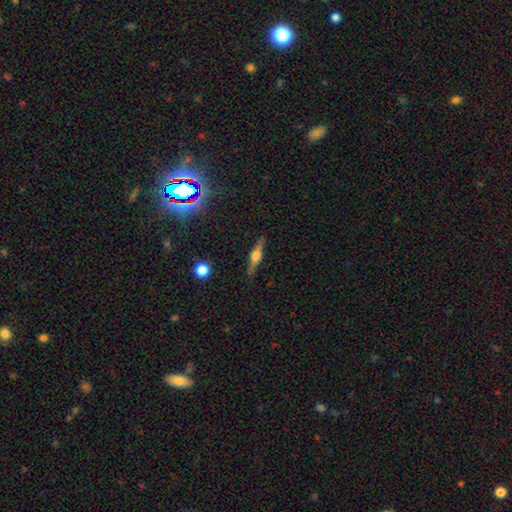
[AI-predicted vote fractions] Smooth or featured: featured or disk — 71% (smooth — 21%)
Edge-on disk: yes — 97% (no — 3%)
Edge-on bulge: rounded — 89% (boxy — 9%)
Merging: none — 88% (minor disturbance — 9%)